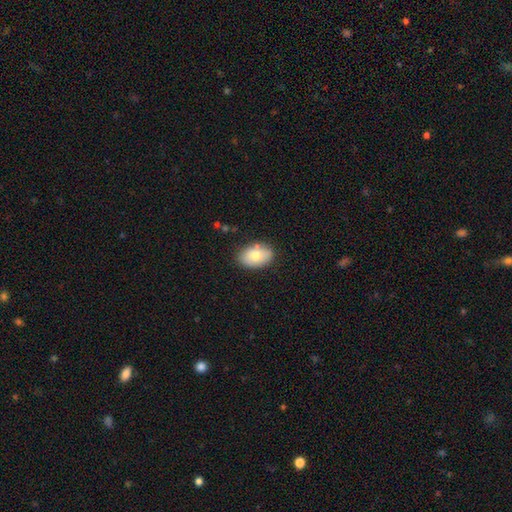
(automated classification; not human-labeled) Smooth or featured? smooth (75%)
How rounded? in between (88%)
Merging? none (82%)